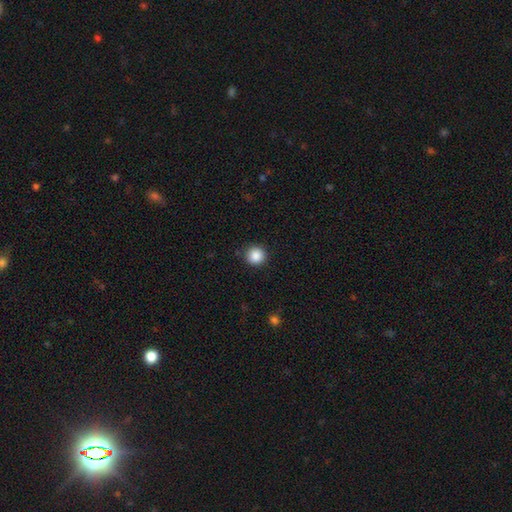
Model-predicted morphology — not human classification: Overall: smooth (87%). How rounded: round (94%). Merging: none (90%).